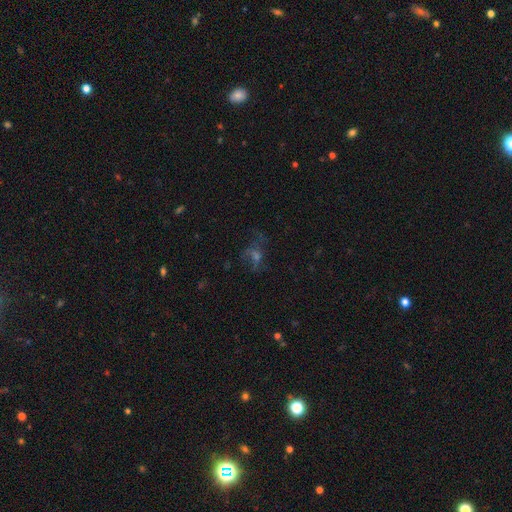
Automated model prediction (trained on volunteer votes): Smooth or featured: featured or disk — 41% (star or artifact — 33%)
Merging: none — 51% (major disturbance — 28%)